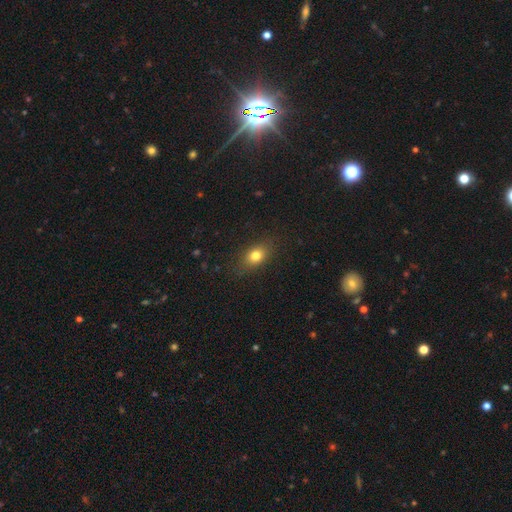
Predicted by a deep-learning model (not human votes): Smooth or featured: smooth — 78% (star or artifact — 11%)
How rounded: in between — 69% (round — 26%)
Merging: none — 83% (minor disturbance — 12%)